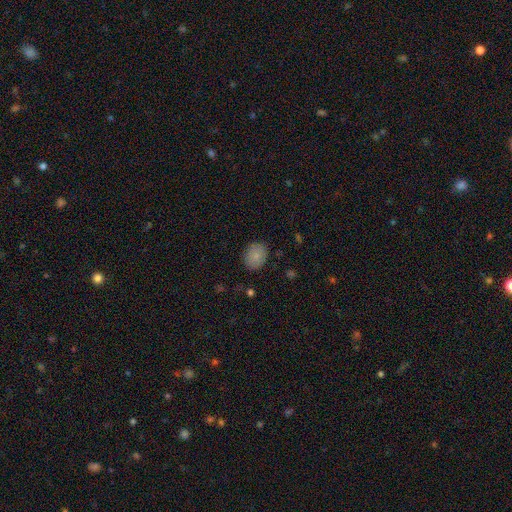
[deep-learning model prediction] This appears to be a smooth galaxy with no disk features (86%) that is in between round and cigar-shaped (53%). Merging: none (86%).